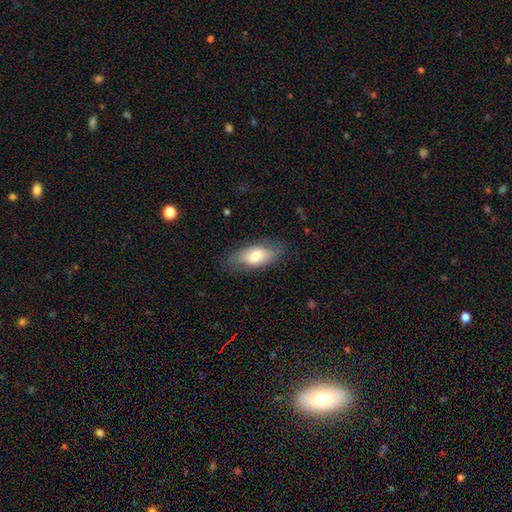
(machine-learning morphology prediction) Smooth or featured? Predicted: smooth (p=0.70). How rounded? Predicted: in between (p=0.87). Merging? Predicted: none (p=0.77).